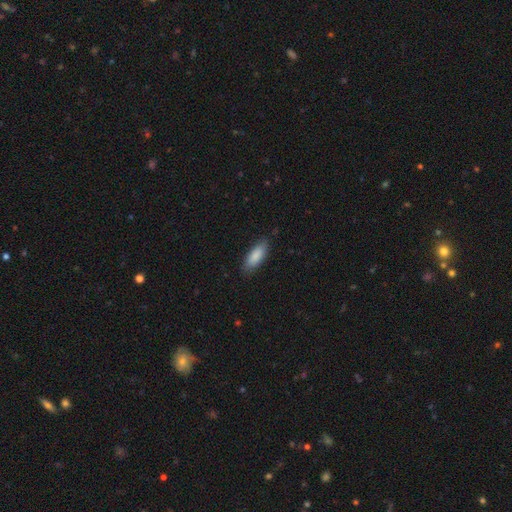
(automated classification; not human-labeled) smooth_or_featured: smooth (p=0.87) [alt: featured or disk p=0.08]
how_rounded: in between (p=0.71) [alt: cigar-shaped p=0.27]
merging: none (p=0.82) [alt: minor disturbance p=0.14]